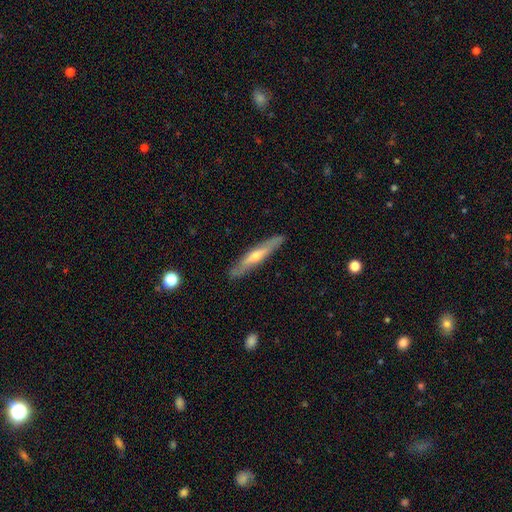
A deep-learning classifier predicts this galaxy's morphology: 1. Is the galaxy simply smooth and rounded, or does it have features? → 63% featured or disk, 31% smooth, 6% star or artifact.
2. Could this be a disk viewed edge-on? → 87% yes, 13% no.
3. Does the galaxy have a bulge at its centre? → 80% rounded, 17% none, 3% boxy.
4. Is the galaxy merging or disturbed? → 88% none, 9% minor disturbance, 2% major disturbance, 1% merger.